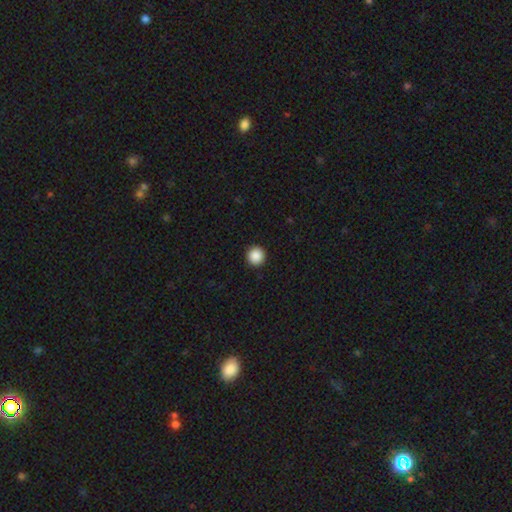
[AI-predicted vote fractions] Overall: smooth (88%). How rounded: round (96%). Merging: none (93%).